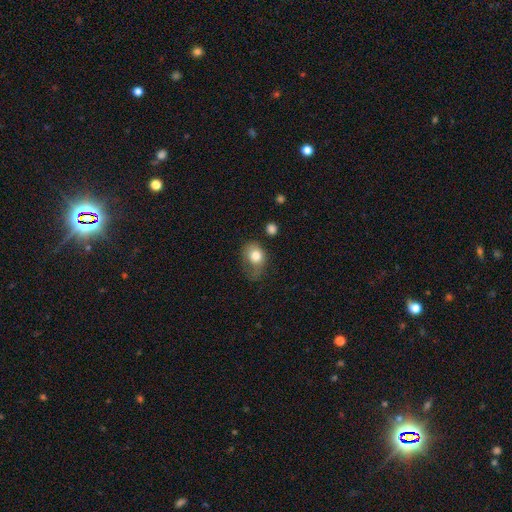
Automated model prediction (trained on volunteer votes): smooth_or_featured: smooth (p=0.78) [alt: featured or disk p=0.13]
how_rounded: in between (p=0.53) [alt: round p=0.46]
merging: minor disturbance (p=0.33) [alt: none p=0.32]